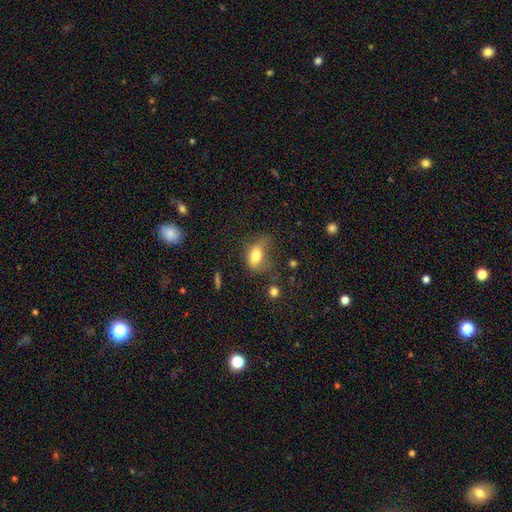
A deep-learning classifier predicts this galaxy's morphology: The model was most divided on "merging": none: 33%, minor disturbance: 32%, major disturbance: 31%, merger: 4%. More confident: how rounded — in between (82%); smooth or featured — smooth (76%).